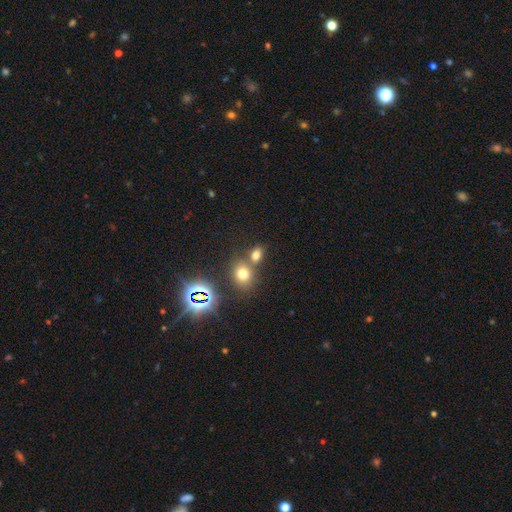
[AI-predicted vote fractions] smooth_or_featured: smooth (p=0.66) [alt: star or artifact p=0.25]
how_rounded: in between (p=0.54) [alt: round p=0.44]
merging: none (p=0.54) [alt: merger p=0.33]